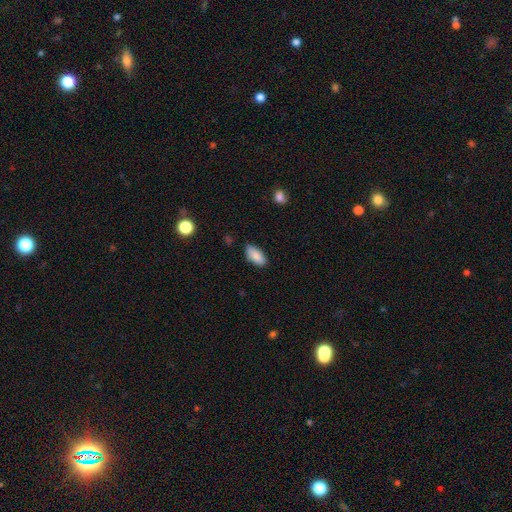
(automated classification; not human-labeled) Smooth or featured: smooth — 87% (star or artifact — 7%)
How rounded: in between — 91% (cigar-shaped — 7%)
Merging: none — 83% (minor disturbance — 14%)